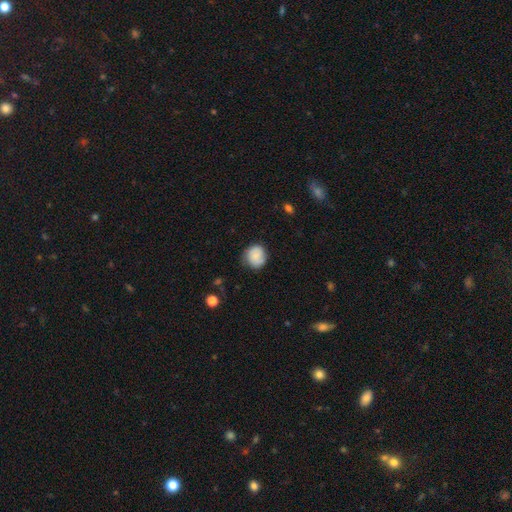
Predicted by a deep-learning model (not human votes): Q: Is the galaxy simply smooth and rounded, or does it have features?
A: smooth — 70%.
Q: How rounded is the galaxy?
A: round — 82%.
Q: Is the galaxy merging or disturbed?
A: none — 71%.